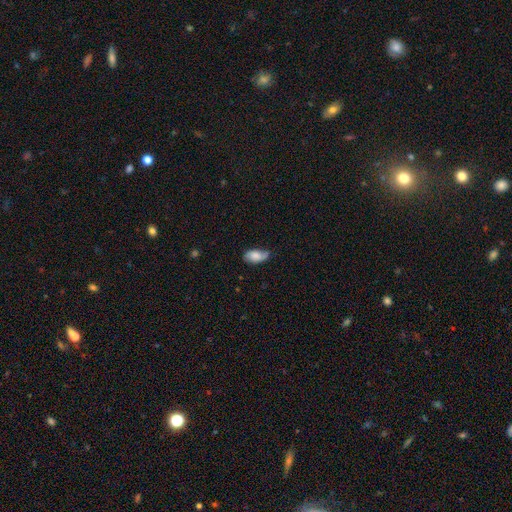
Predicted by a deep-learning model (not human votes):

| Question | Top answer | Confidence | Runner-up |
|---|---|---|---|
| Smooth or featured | smooth | 72% | featured or disk (21%) |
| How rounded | in between | 92% | cigar-shaped (4%) |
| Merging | none | 55% | minor disturbance (35%) |